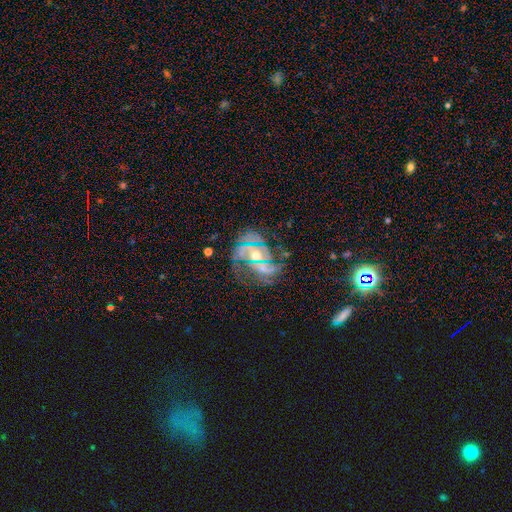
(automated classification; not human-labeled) Q: Smooth or featured?
A: featured or disk (81%); runner-up: star or artifact (12%)
Q: Edge-on disk?
A: no (97%); runner-up: yes (3%)
Q: Bar?
A: no (54%); runner-up: weak (33%)
Q: Spiral arms?
A: yes (91%); runner-up: no (9%)
Q: Spiral winding?
A: tight (45%); runner-up: medium (40%)
Q: Spiral arm count?
A: 2 (32%); runner-up: can't tell (24%)
Q: Bulge size?
A: moderate (63%); runner-up: small (28%)
Q: Merging?
A: none (61%); runner-up: minor disturbance (18%)